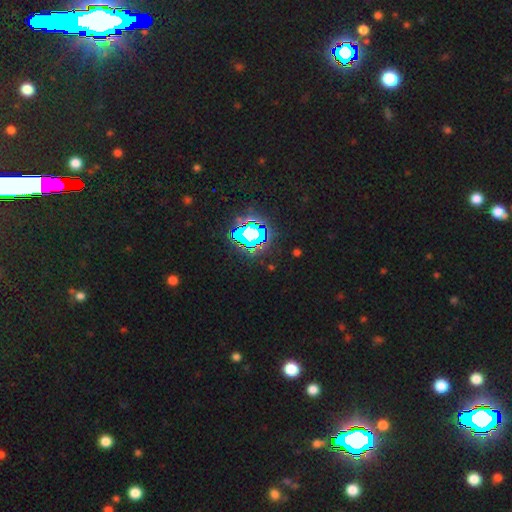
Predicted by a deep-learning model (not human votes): star or artifact 83%, smooth 10%, featured or disk 7%.